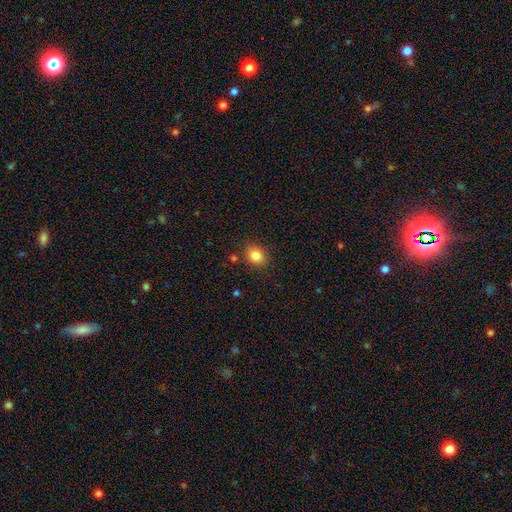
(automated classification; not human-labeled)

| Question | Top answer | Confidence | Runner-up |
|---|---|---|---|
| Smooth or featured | smooth | 84% | star or artifact (11%) |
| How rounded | round | 60% | in between (39%) |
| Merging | none | 86% | minor disturbance (9%) |